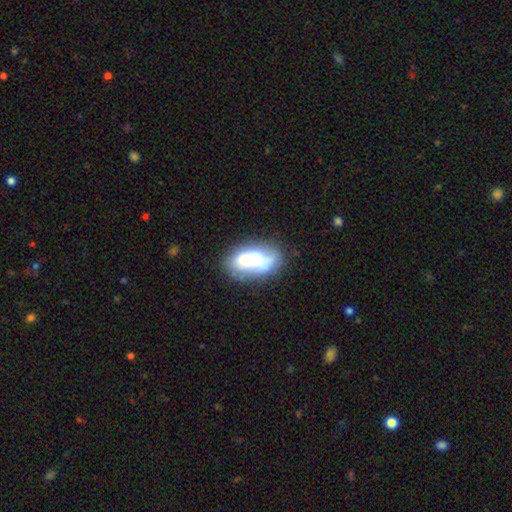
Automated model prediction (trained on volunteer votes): Smooth or featured? Predicted: smooth (p=0.58). How rounded? Predicted: in between (p=0.86). Merging? Predicted: none (p=0.51).